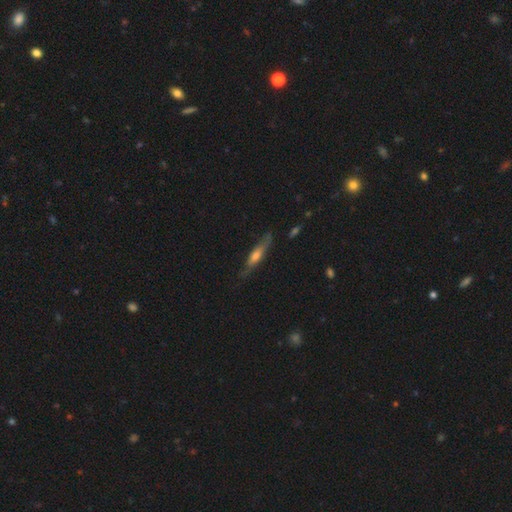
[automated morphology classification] smooth-or-featured: smooth: 47% | featured or disk: 46% | star or artifact: 7%
  merging: none: 70% | minor disturbance: 22% | major disturbance: 6% | merger: 2%